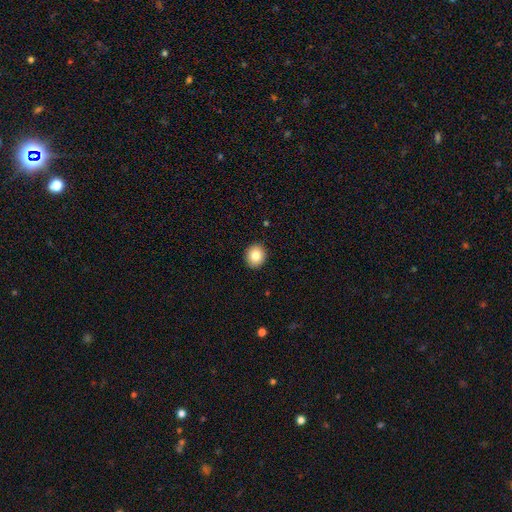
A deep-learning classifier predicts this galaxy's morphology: Smooth or featured: smooth — 83% (star or artifact — 9%)
How rounded: round — 77% (in between — 22%)
Merging: none — 92% (minor disturbance — 6%)